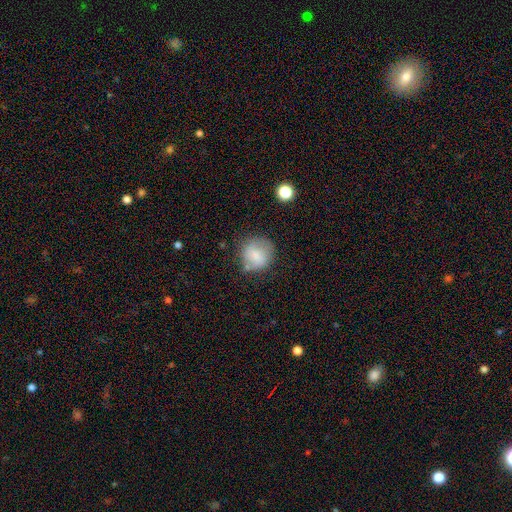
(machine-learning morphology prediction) A smooth galaxy with no disk features (76%) that is round (88%). Merging: none (68%).